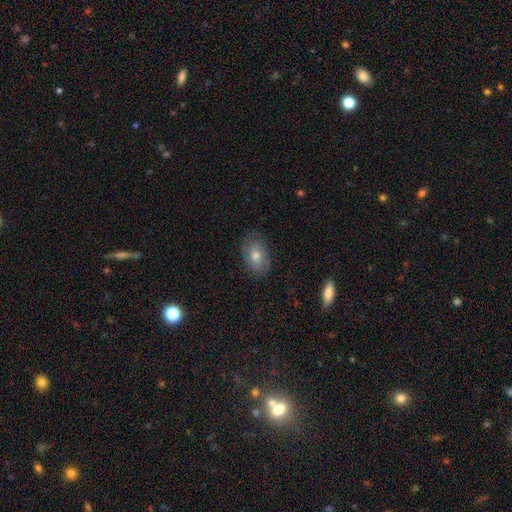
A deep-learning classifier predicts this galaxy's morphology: This is likely a smooth galaxy (62%). How rounded: clearly in between (84%). Merging: clearly none (81%).